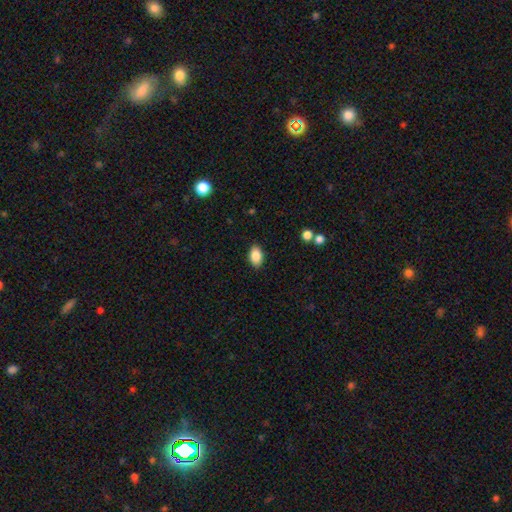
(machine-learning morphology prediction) Smooth or featured?
  - smooth: 87% *
  - star or artifact: 8%
  - featured or disk: 6%
How rounded?
  - in between: 90% *
  - round: 8%
  - cigar-shaped: 2%
Merging?
  - none: 88% *
  - minor disturbance: 9%
  - major disturbance: 2%
  - merger: 1%